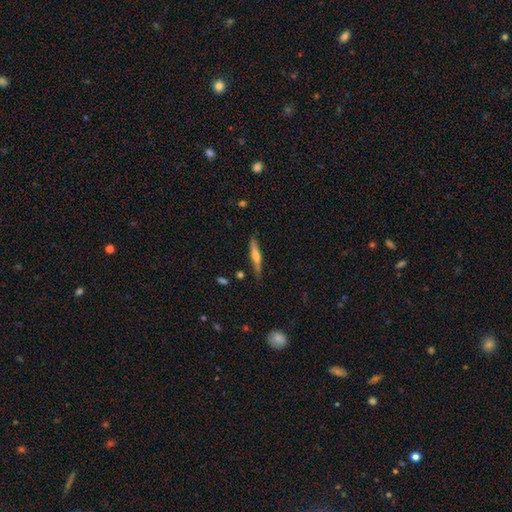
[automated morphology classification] smooth-or-featured: featured or disk: 47% | smooth: 46% | star or artifact: 6%
  merging: none: 79% | minor disturbance: 16% | major disturbance: 3% | merger: 2%